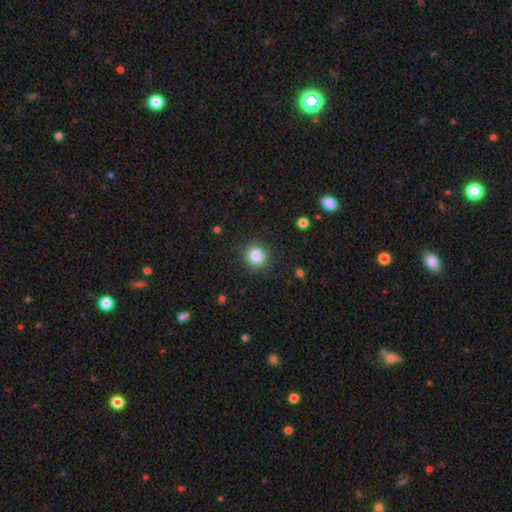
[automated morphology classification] Smooth or featured? Predicted: smooth (p=0.85). How rounded? Predicted: round (p=0.88). Merging? Predicted: none (p=0.90).